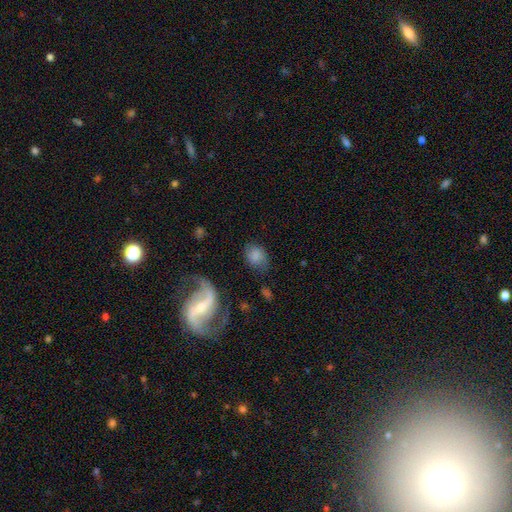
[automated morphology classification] smooth_or_featured: smooth (p=0.65) [alt: featured or disk p=0.25]
how_rounded: in between (p=0.63) [alt: round p=0.35]
merging: none (p=0.61) [alt: minor disturbance p=0.23]